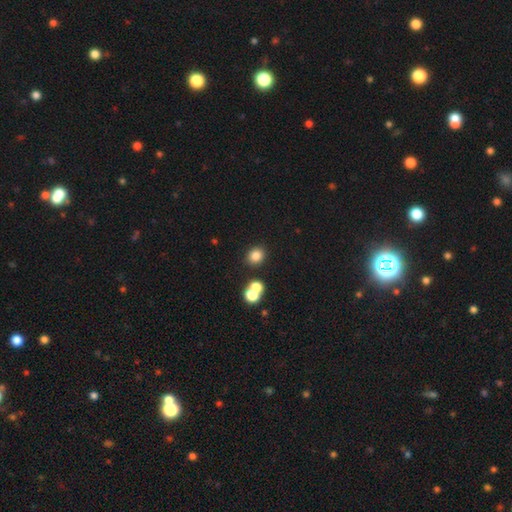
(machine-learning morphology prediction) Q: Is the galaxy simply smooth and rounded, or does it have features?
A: smooth — 81%.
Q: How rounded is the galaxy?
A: round — 69%.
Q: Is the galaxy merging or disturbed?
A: none — 80%.